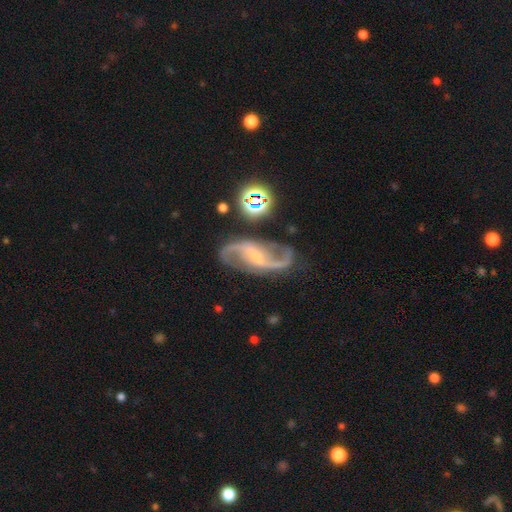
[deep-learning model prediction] This appears to be a featured or disk galaxy (90%) with a weak bar (45%), 2 (93%) loose (56%) spiral arms (98%) and a small central bulge (64%). Merging: none (77%).